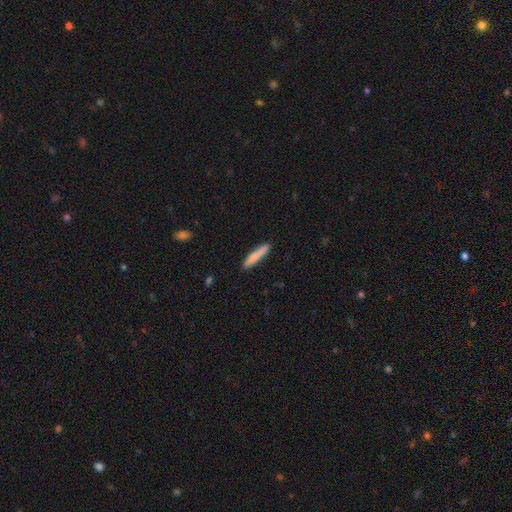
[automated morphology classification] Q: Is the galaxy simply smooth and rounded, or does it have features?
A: smooth — 81%.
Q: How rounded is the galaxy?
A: cigar-shaped — 90%.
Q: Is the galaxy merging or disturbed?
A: none — 89%.